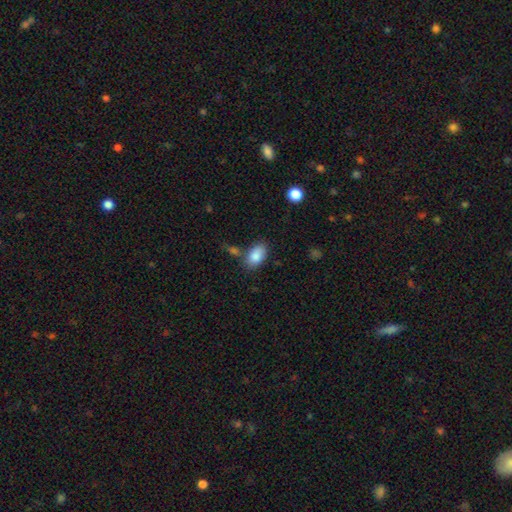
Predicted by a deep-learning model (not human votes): smooth_or_featured: smooth (p=0.87) [alt: star or artifact p=0.07]
how_rounded: in between (p=0.92) [alt: round p=0.06]
merging: none (p=0.71) [alt: minor disturbance p=0.16]